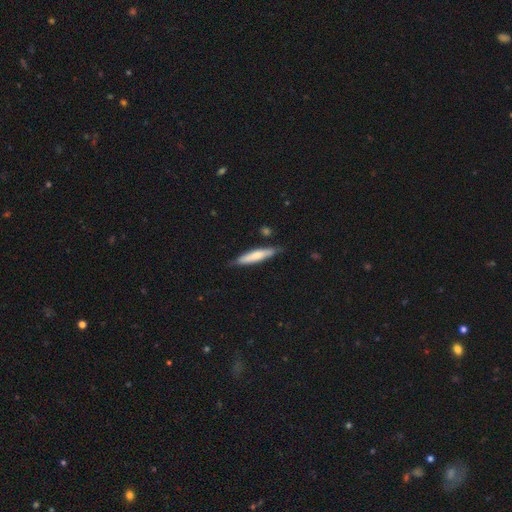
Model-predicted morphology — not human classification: Smooth or featured: smooth — 68% (featured or disk — 27%)
How rounded: cigar-shaped — 87% (in between — 11%)
Merging: none — 81% (minor disturbance — 15%)